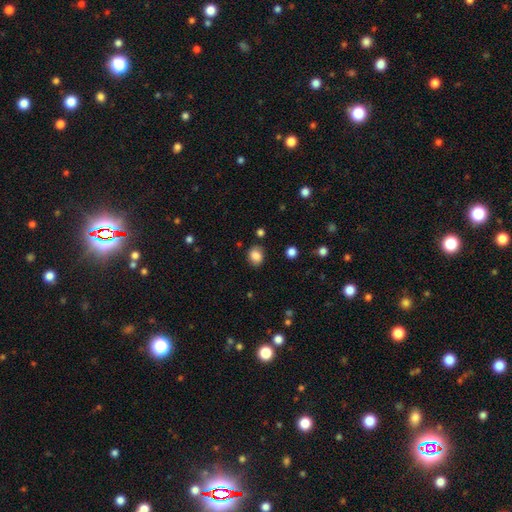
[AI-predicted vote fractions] This is clearly a smooth galaxy (85%). How rounded: possibly round (56%). Merging: clearly none (82%).